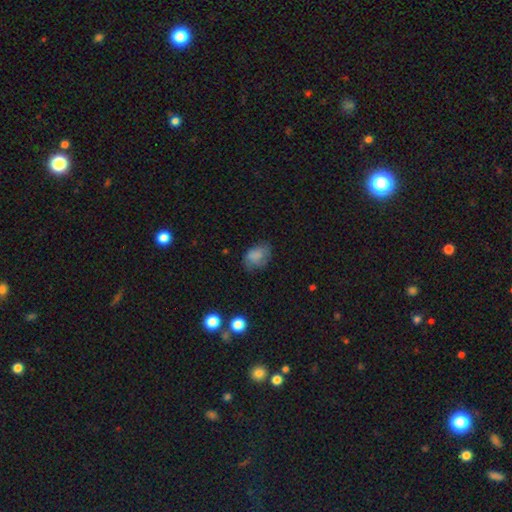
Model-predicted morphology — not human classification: A smooth galaxy with no disk features (77%) that is in between round and cigar-shaped (74%). Merging: none (55%).